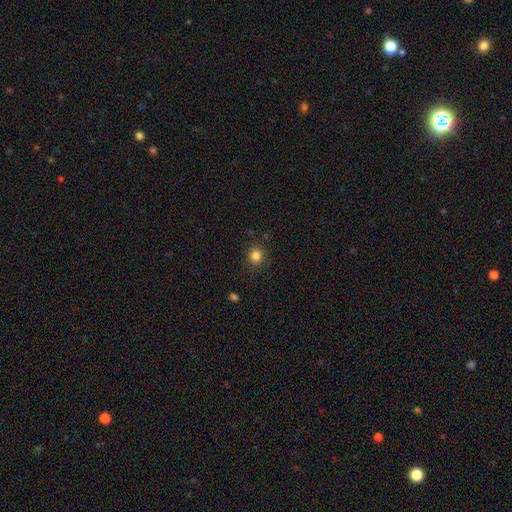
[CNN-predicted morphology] type=smooth (83%); roundness=round (92%); merging=none (89%).